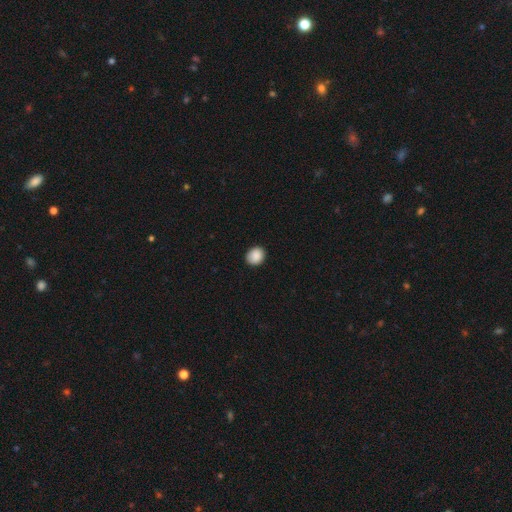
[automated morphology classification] This is clearly a smooth galaxy (89%). How rounded: likely round (69%). Merging: clearly none (87%).